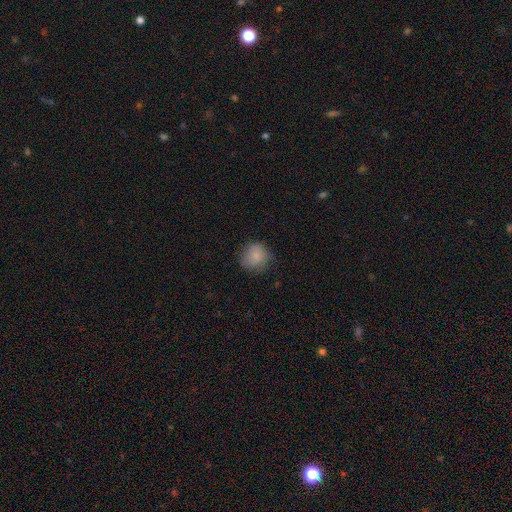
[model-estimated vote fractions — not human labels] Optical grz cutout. It shows a smooth galaxy with no disk features (82%) that is round (86%). Merging: none (70%).